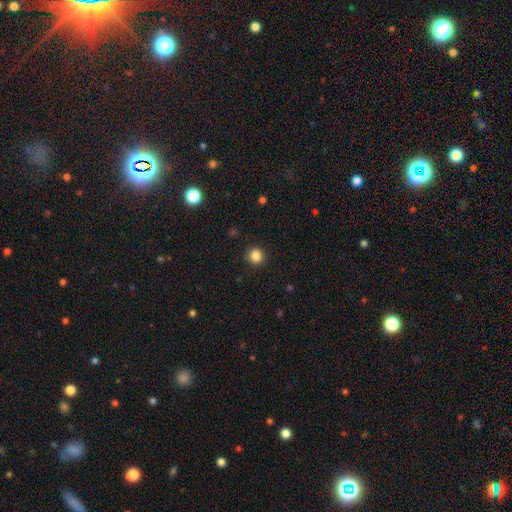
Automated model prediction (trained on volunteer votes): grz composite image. It shows a smooth galaxy with no disk features (85%) that is round (93%). Merging: none (92%).